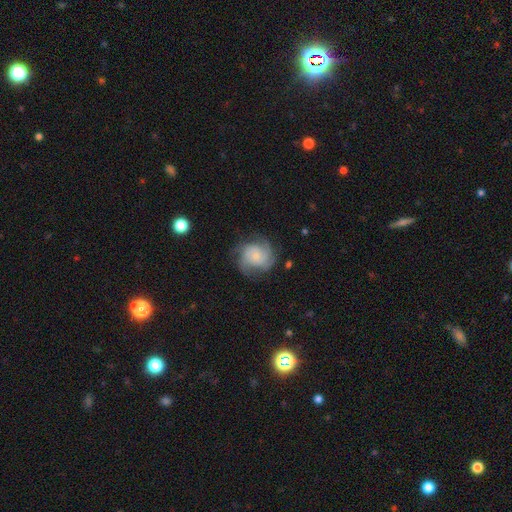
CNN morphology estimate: type=featured or disk (67%); edge-on=no (98%); bar=no (78%); spiral arms=yes (92%); winding=medium (42%); arm count=3 (37%); bulge=small (70%); merging=none (66%).